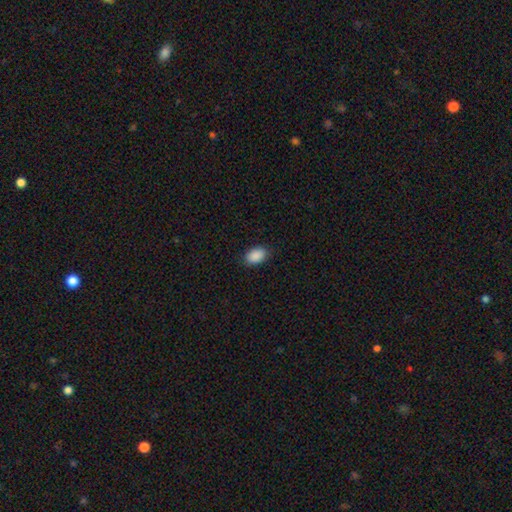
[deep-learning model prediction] Smooth or featured? Predicted: smooth (p=0.90). How rounded? Predicted: in between (p=0.90). Merging? Predicted: none (p=0.89).